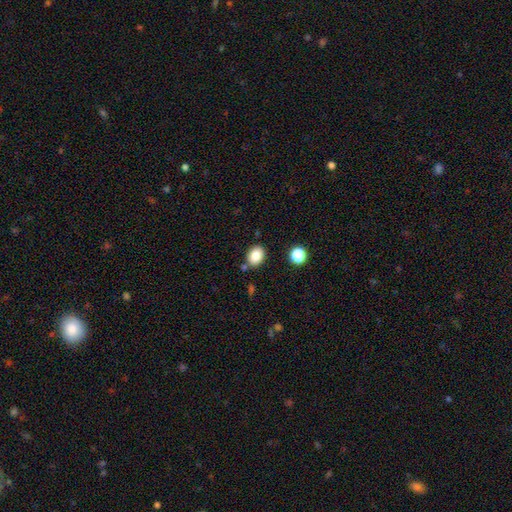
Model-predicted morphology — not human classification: smooth-or-featured: smooth: 84% | star or artifact: 10% | featured or disk: 6%
  how-rounded: in between: 59% | round: 40% | cigar-shaped: 1%
  merging: none: 81% | minor disturbance: 11% | merger: 6% | major disturbance: 3%